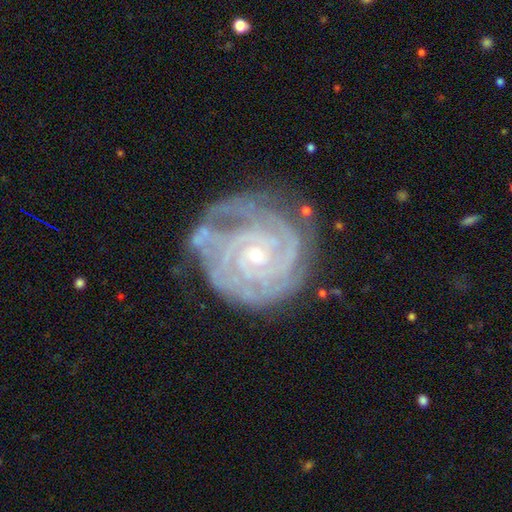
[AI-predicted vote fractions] This appears to be a featured or disk galaxy (89%) with no bar (72%), 3 (25%) tight (84%) spiral arms (98%) and a small central bulge (77%). Merging: none (63%).